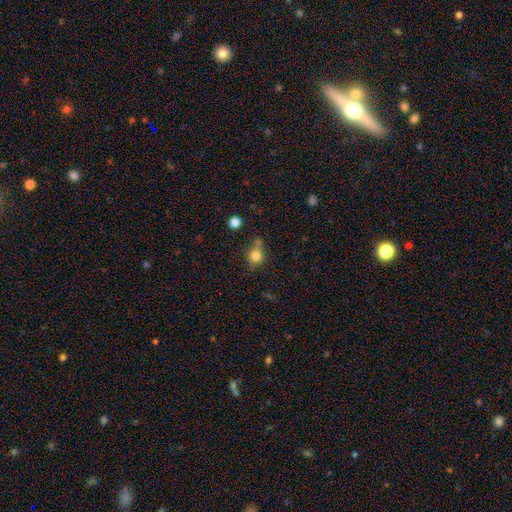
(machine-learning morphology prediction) This is likely a smooth galaxy (79%). How rounded: likely round (76%). Merging: likely none (61%).